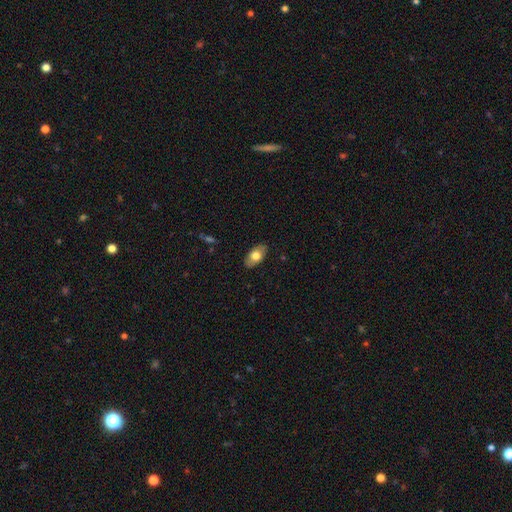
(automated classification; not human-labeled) Smooth or featured? Predicted: smooth (p=0.71). How rounded? Predicted: in between (p=0.93). Merging? Predicted: none (p=0.85).